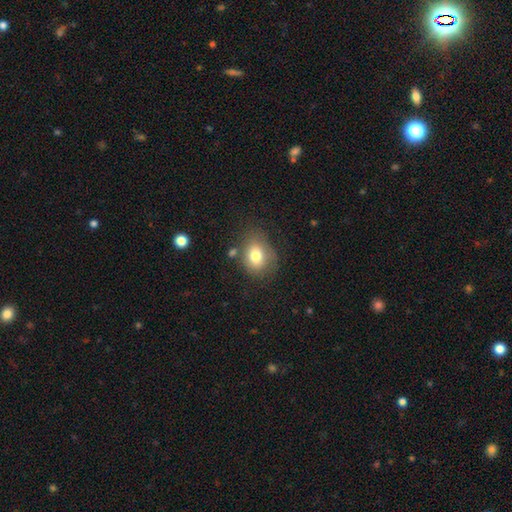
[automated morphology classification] A smooth galaxy with no disk features (78%) that is in between round and cigar-shaped (55%).

Vote fractions:
- Smooth or featured? smooth: 78% / featured or disk: 13% / star or artifact: 10%
- How rounded? in between: 55% / round: 44% / cigar-shaped: 1%
- Merging? none: 66% / minor disturbance: 21% / major disturbance: 7% / merger: 6%